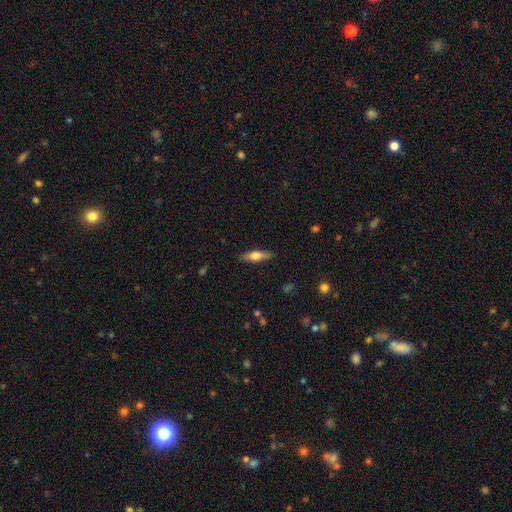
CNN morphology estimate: type=featured or disk (49%); merging=none (88%).